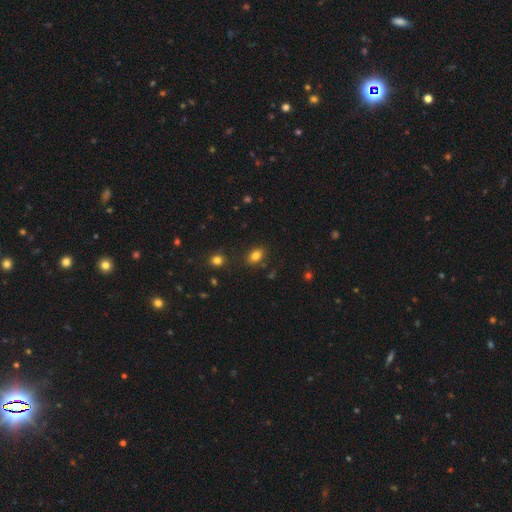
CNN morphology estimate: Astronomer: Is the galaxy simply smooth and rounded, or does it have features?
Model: smooth — 82%.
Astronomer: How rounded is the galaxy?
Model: in between — 78%.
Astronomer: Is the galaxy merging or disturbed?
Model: none — 83%.